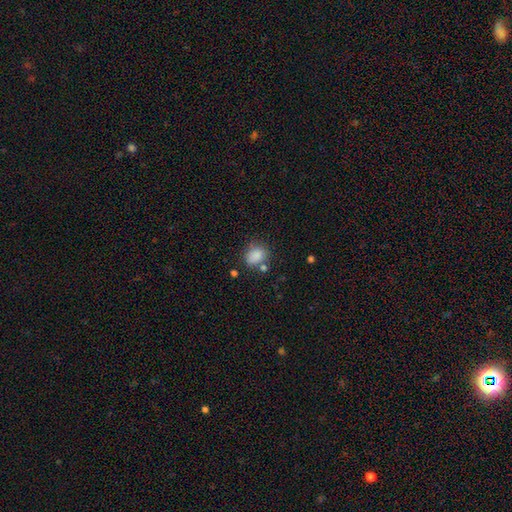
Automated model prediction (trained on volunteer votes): Smooth or featured? smooth (84%)
How rounded? in between (58%)
Merging? none (65%)